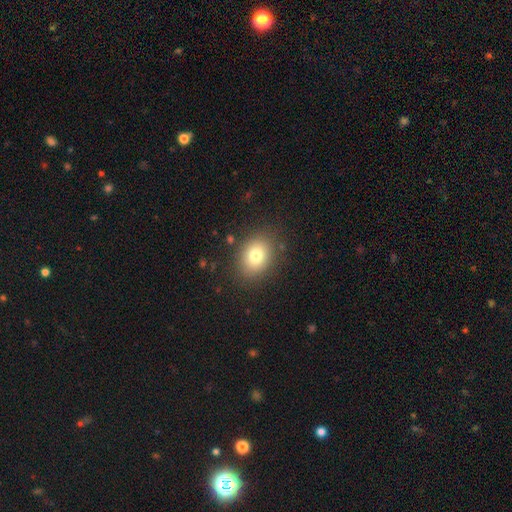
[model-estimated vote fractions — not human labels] Overall: smooth (79%). How rounded: in between (53%; round 46%). Merging: none (85%).